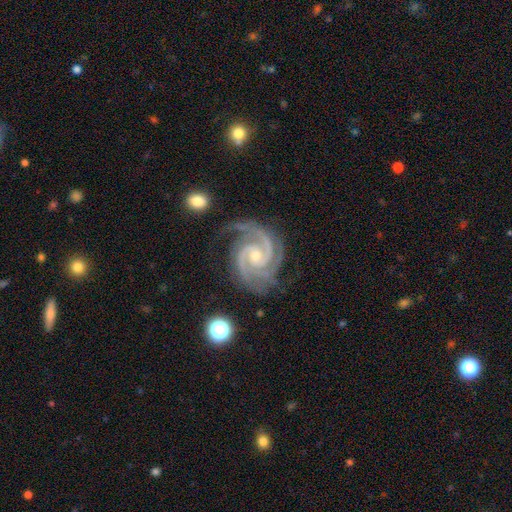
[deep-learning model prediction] Morphology: type=featured or disk (94%); edge-on=no (98%); bar=no (62%); spiral arms=yes (99%); winding=tight (60%); arm count=3 (42%, tied with 2); bulge=small (67%); merging=none (74%).